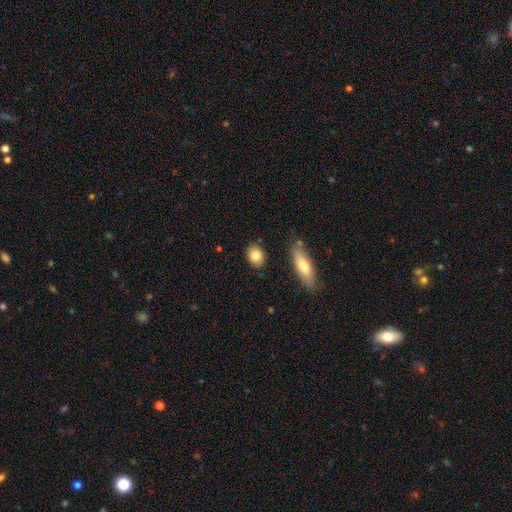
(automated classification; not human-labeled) This is clearly a smooth galaxy (82%). How rounded: likely in between (66%). Merging: clearly none (84%).